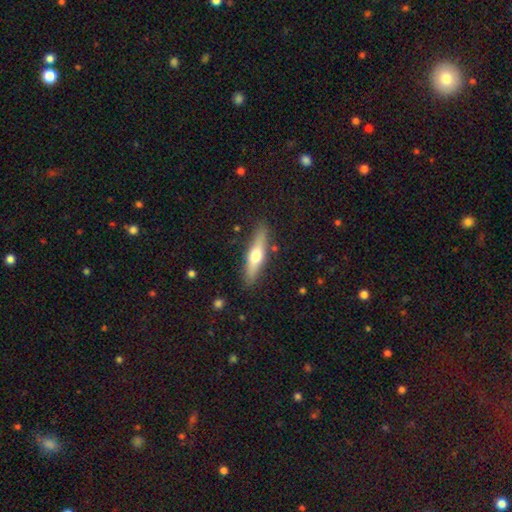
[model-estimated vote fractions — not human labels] Smooth or featured: smooth — 49% (featured or disk — 45%)
Merging: none — 86% (minor disturbance — 10%)